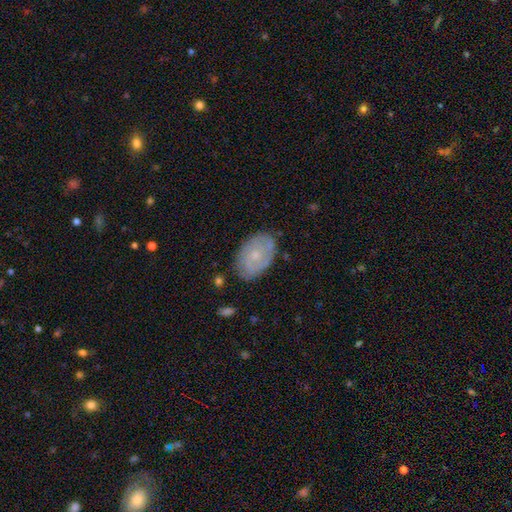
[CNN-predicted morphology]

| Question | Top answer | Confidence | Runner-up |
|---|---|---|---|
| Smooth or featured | featured or disk | 61% | smooth (32%) |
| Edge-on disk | no | 96% | yes (4%) |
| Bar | no | 77% | weak (20%) |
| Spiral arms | yes | 78% | no (22%) |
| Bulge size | small | 69% | moderate (25%) |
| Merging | none | 79% | minor disturbance (16%) |